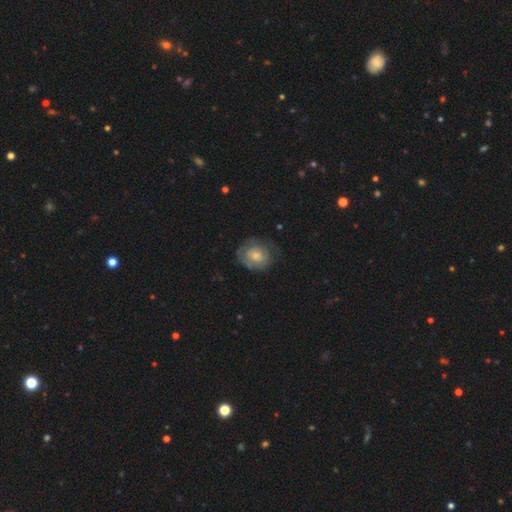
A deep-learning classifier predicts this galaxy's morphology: Smooth or featured? smooth (49%)
Merging? none (63%)